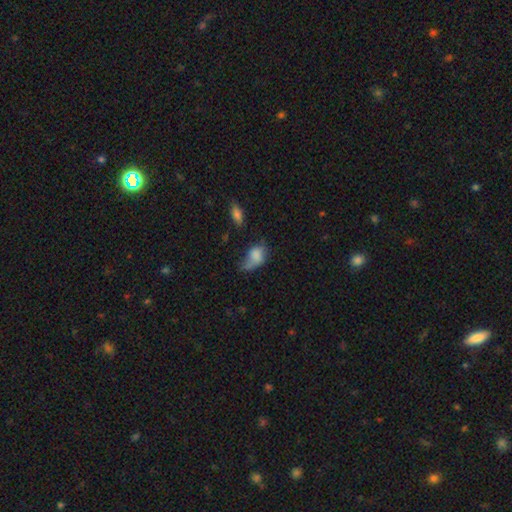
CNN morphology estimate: smooth-or-featured: smooth: 75% | featured or disk: 15% | star or artifact: 10%
  how-rounded: in between: 82% | round: 16% | cigar-shaped: 2%
  merging: minor disturbance: 38% | major disturbance: 27% | none: 26% | merger: 10%